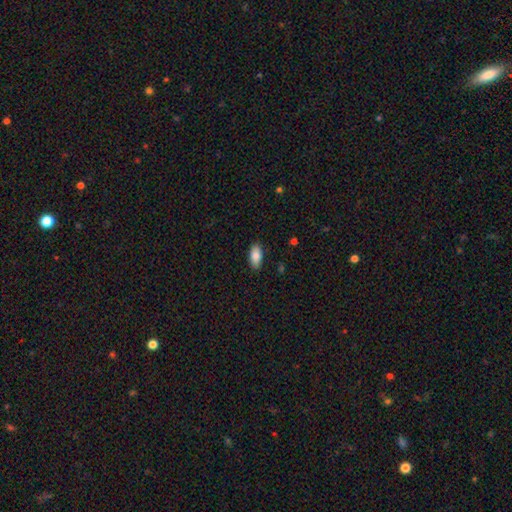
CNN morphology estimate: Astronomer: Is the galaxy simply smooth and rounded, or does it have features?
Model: smooth — 86%.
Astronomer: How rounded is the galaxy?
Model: in between — 92%.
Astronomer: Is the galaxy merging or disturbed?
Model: none — 87%.